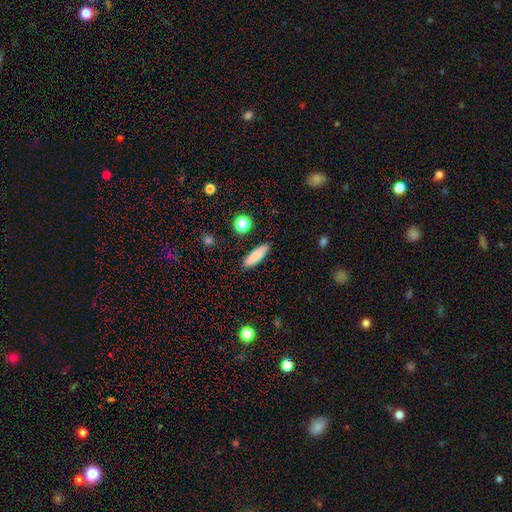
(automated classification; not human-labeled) A smooth galaxy with no disk features (84%) that is in between round and cigar-shaped (50%). Merging: none (88%).